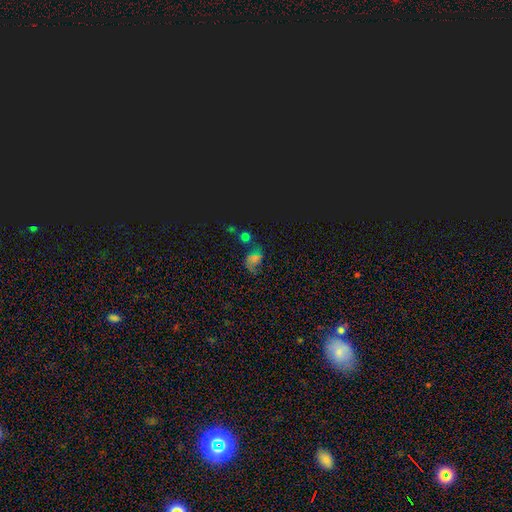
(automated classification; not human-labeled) A star or artifact, not a galaxy (38%).